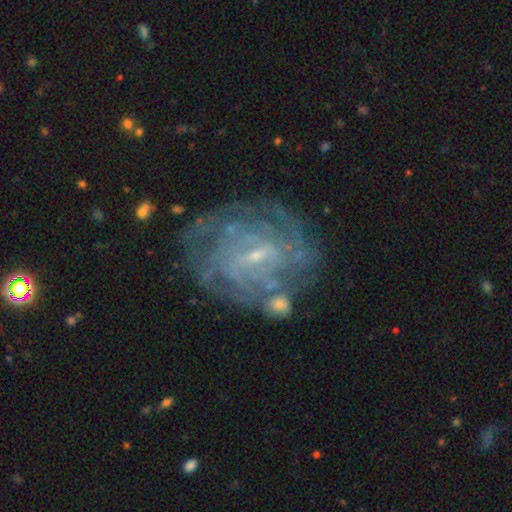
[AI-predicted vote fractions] Morphology: type=featured or disk (81%); edge-on=no (97%); bar=weak (55%); spiral arms=yes (87%); winding=tight (65%); arm count=can't tell (49%); bulge=small (78%); merging=none (68%).